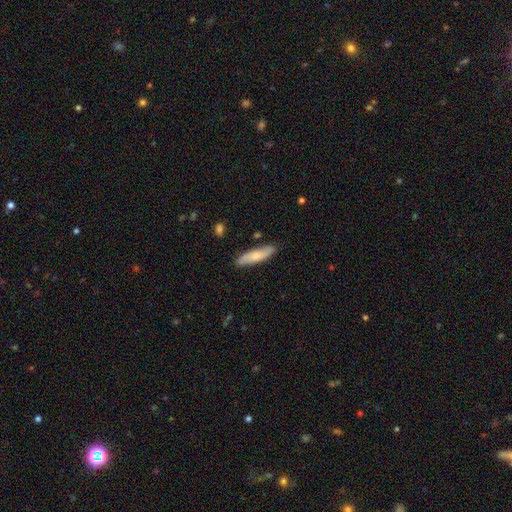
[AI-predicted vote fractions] Q: Smooth or featured?
A: smooth (70%); runner-up: featured or disk (24%)
Q: How rounded?
A: cigar-shaped (71%); runner-up: in between (27%)
Q: Merging?
A: none (85%); runner-up: minor disturbance (12%)